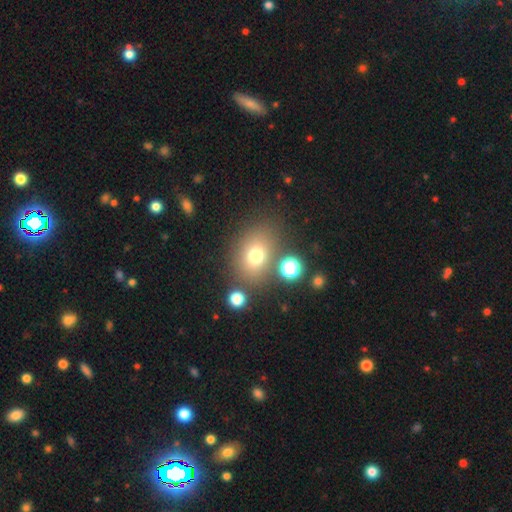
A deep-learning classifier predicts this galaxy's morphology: Overall: smooth (71%). How rounded: in between (50%; round 49%). Merging: none (72%).